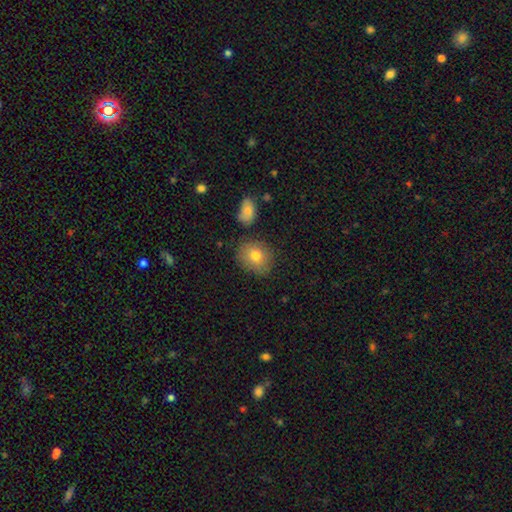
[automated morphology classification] smooth 78%, featured or disk 13%, star or artifact 9%. Down the decision tree: how rounded — round (67%); merging — none (76%).